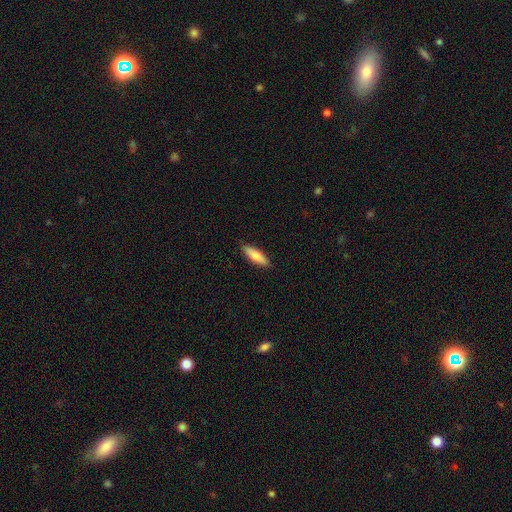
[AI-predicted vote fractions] This appears to be a smooth galaxy with no disk features (79%) that is cigar-shaped (57%). Merging: none (88%).